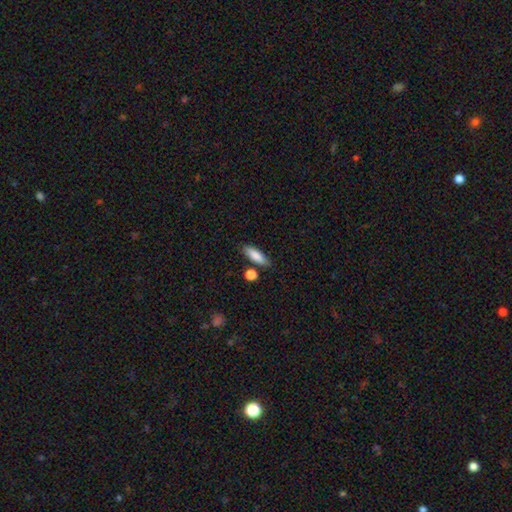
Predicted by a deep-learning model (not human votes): Smooth or featured: smooth — 84% (featured or disk — 9%)
How rounded: in between — 53% (cigar-shaped — 44%)
Merging: none — 79% (minor disturbance — 11%)